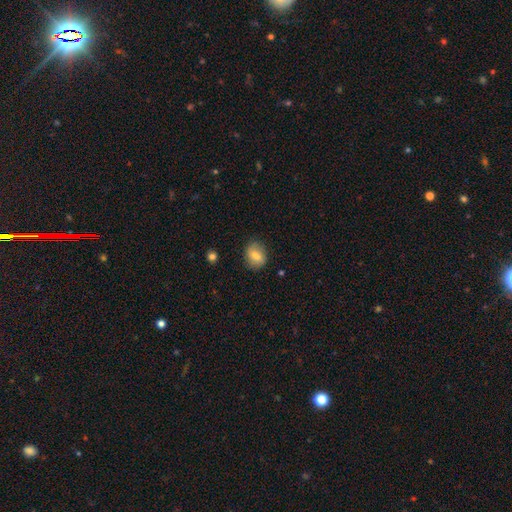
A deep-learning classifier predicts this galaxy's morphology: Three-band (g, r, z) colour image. It shows a smooth galaxy with no disk features (77%) that is in between round and cigar-shaped (63%). Merging: none (76%).